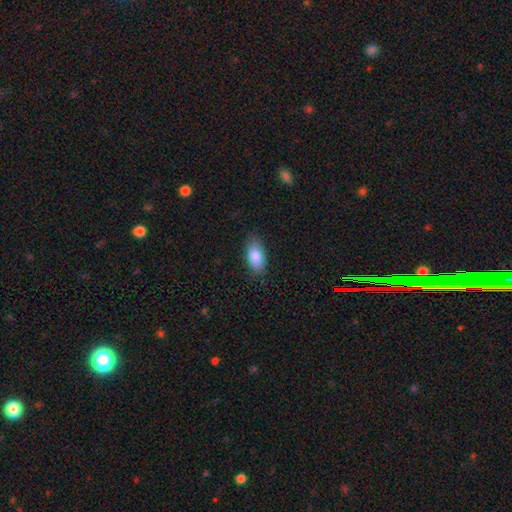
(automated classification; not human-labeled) This is clearly a smooth galaxy (86%). How rounded: clearly in between (91%). Merging: clearly none (80%).